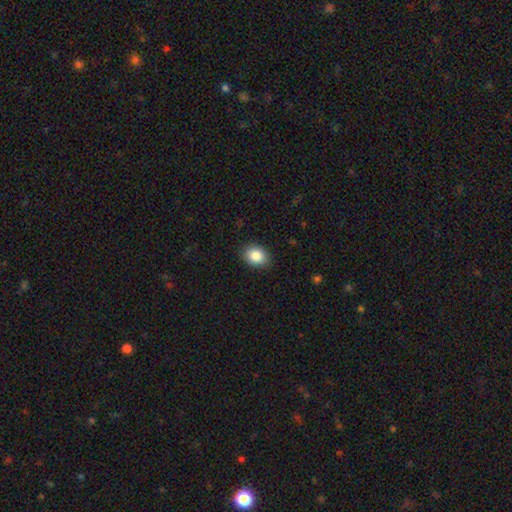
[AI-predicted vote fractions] This appears to be a smooth galaxy with no disk features (86%) that is in between round and cigar-shaped (65%). Merging: none (89%).